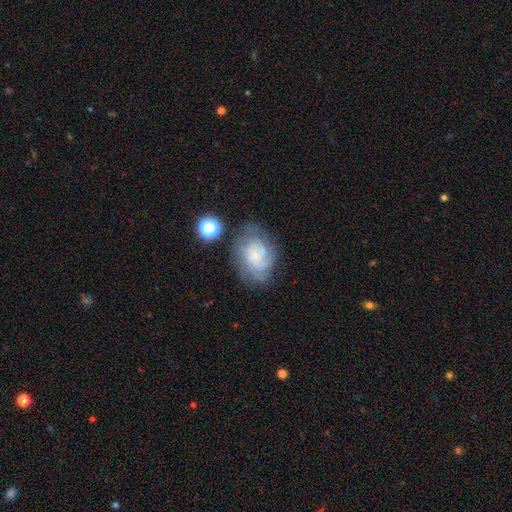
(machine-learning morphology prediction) Smooth or featured: featured or disk — 64% (smooth — 25%)
Edge-on disk: no — 97% (yes — 3%)
Bar: no — 76% (weak — 21%)
Spiral arms: yes — 87% (no — 13%)
Spiral winding: tight — 53% (medium — 34%)
Spiral arm count: can't tell — 47% (3 — 19%)
Bulge size: small — 63% (moderate — 16%)
Merging: none — 59% (minor disturbance — 23%)